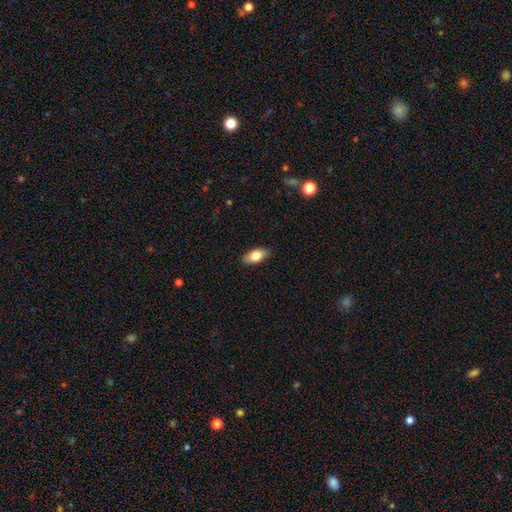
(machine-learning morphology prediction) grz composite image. It shows a smooth galaxy with no disk features (80%) that is in between round and cigar-shaped (91%). Merging: none (88%).